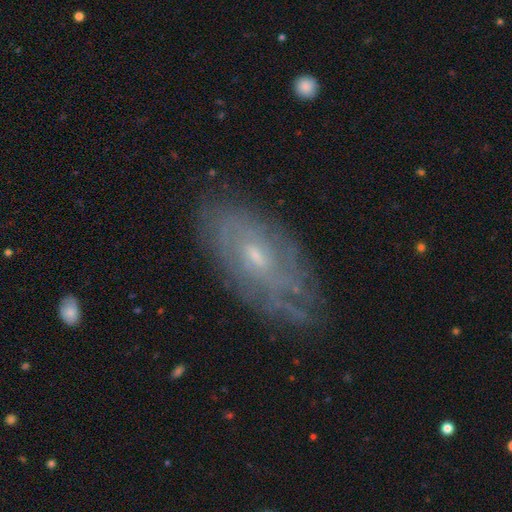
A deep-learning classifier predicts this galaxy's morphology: This appears to be a featured or disk galaxy (71%) with no bar (68%), tight (67%) spiral arms (79%) and a small central bulge (63%). Merging: none (76%).